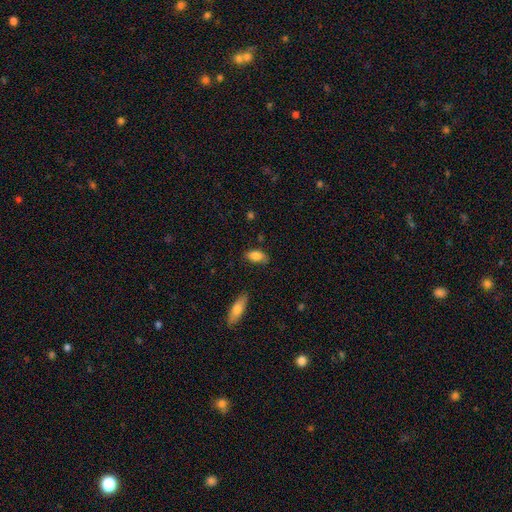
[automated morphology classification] The model was most divided on "merging": none: 74%, minor disturbance: 20%, major disturbance: 4%, merger: 2%. More confident: how rounded — in between (90%); smooth or featured — smooth (84%).